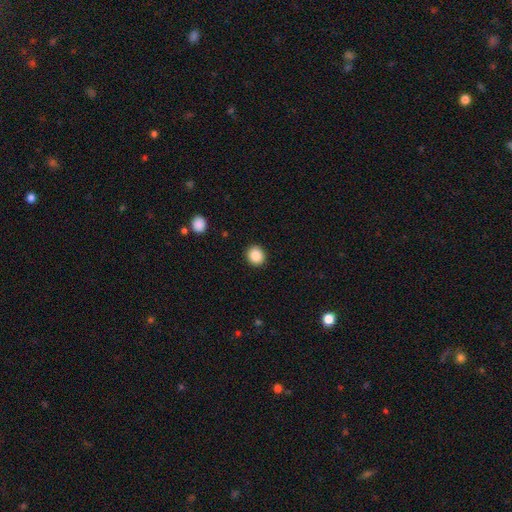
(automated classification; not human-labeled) smooth-or-featured: smooth: 87% | star or artifact: 9% | featured or disk: 4%
  how-rounded: round: 85% | in between: 14% | cigar-shaped: 1%
  merging: none: 92% | minor disturbance: 5% | major disturbance: 2% | merger: 1%